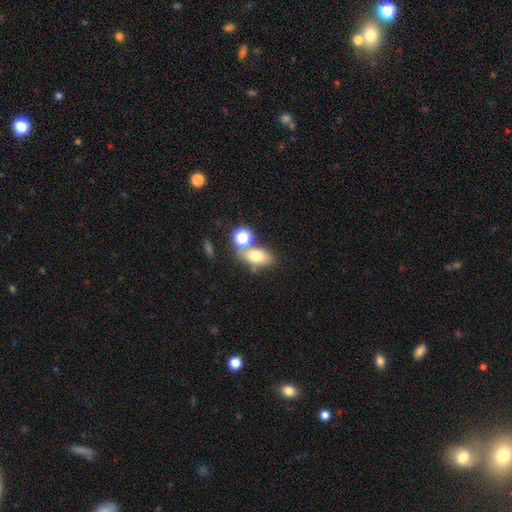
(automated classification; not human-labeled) This is likely a smooth galaxy (73%). How rounded: likely in between (79%). Merging: possibly none (52%).